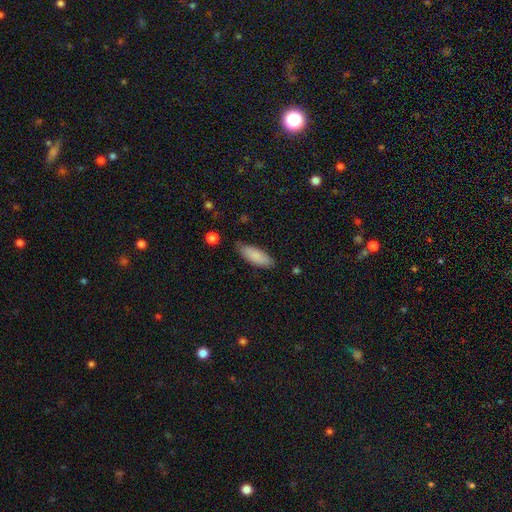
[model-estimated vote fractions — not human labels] Overall: smooth (86%). How rounded: in between (65%; cigar-shaped 33%). Merging: none (79%).